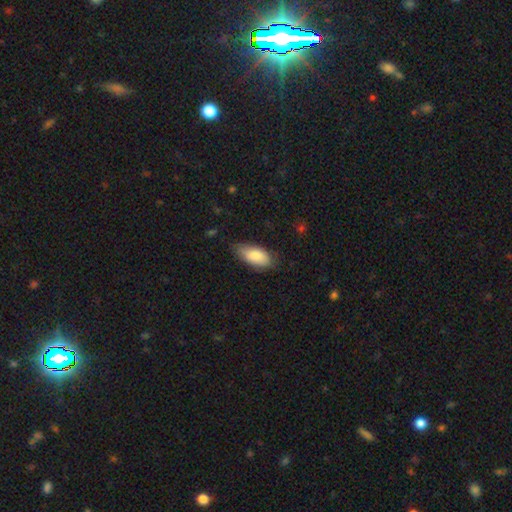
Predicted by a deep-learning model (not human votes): The model was most divided on "merging": none: 69%, minor disturbance: 25%, major disturbance: 4%, merger: 1%. More confident: how rounded — in between (90%); smooth or featured — smooth (84%).